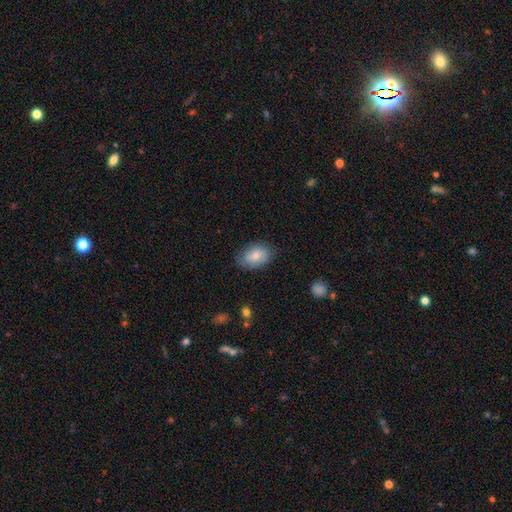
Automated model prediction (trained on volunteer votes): Smooth or featured?
  - smooth: 79% *
  - featured or disk: 14%
  - star or artifact: 7%
How rounded?
  - in between: 87% *
  - round: 12%
  - cigar-shaped: 1%
Merging?
  - none: 77% *
  - minor disturbance: 18%
  - major disturbance: 4%
  - merger: 1%